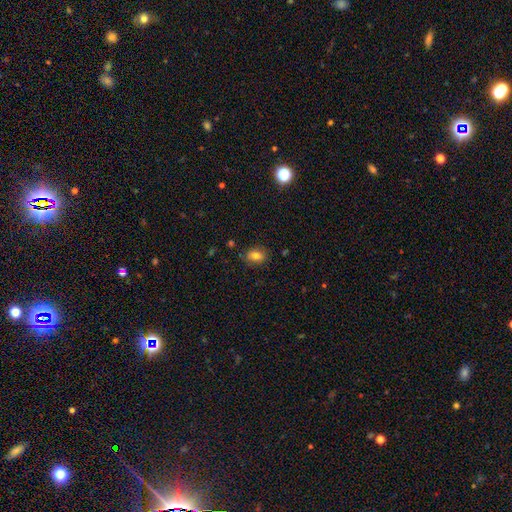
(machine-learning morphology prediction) Smooth or featured?
  - smooth: 77% *
  - featured or disk: 12%
  - star or artifact: 11%
How rounded?
  - in between: 71% *
  - round: 27%
  - cigar-shaped: 1%
Merging?
  - none: 83% *
  - minor disturbance: 13%
  - major disturbance: 3%
  - merger: 2%